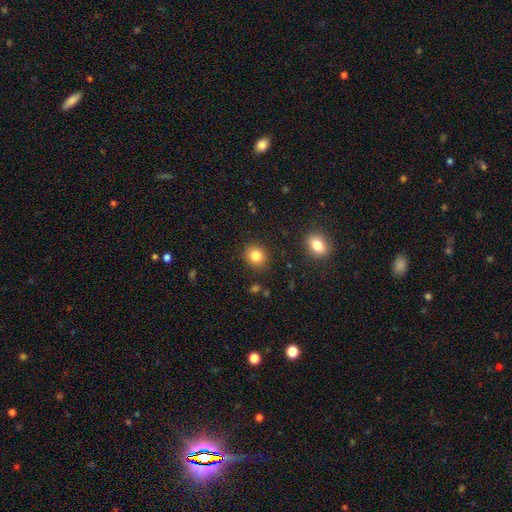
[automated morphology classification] This is clearly a smooth galaxy (83%). How rounded: likely round (78%). Merging: clearly none (89%).